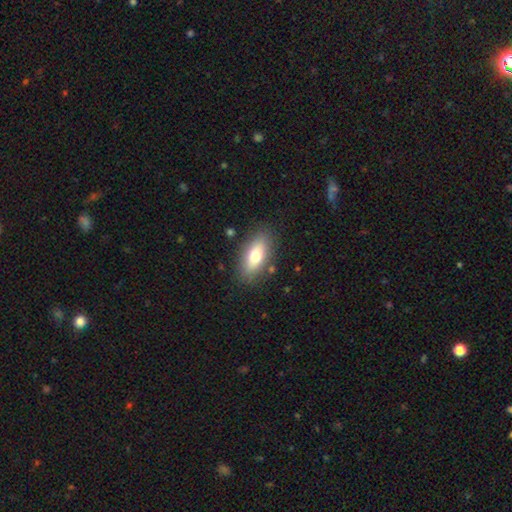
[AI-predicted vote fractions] This is likely a smooth galaxy (67%). How rounded: clearly in between (82%). Merging: clearly none (83%).